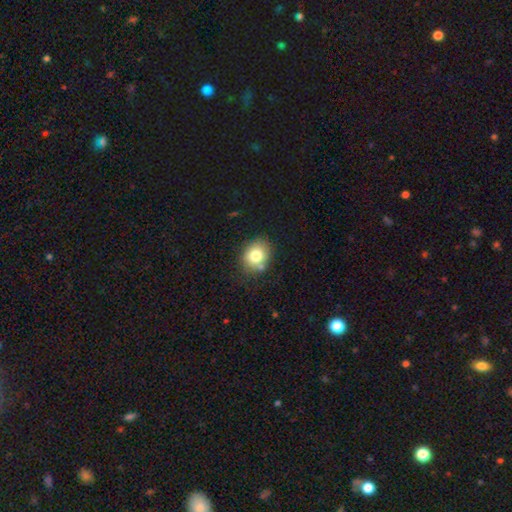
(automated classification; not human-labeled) Smooth or featured? Predicted: smooth (p=0.77). How rounded? Predicted: round (p=0.59). Merging? Predicted: none (p=0.77).